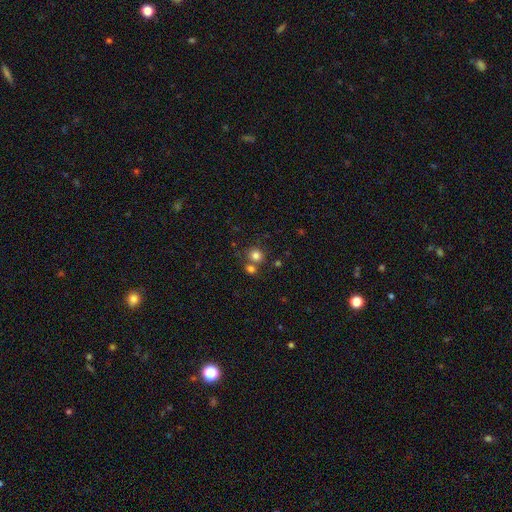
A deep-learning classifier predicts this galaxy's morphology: Smooth or featured?
  - smooth: 80% *
  - star or artifact: 13%
  - featured or disk: 7%
How rounded?
  - round: 86% *
  - in between: 13%
  - cigar-shaped: 1%
Merging?
  - none: 60% *
  - merger: 29%
  - minor disturbance: 8%
  - major disturbance: 3%